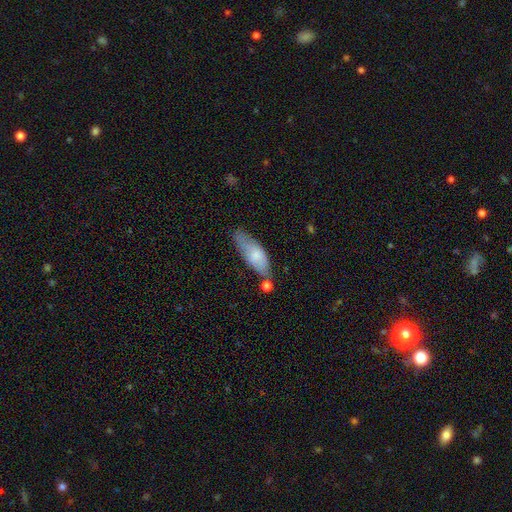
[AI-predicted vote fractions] This appears to be a smooth galaxy with no disk features (68%) that is in between round and cigar-shaped (64%). Merging: none (51%).